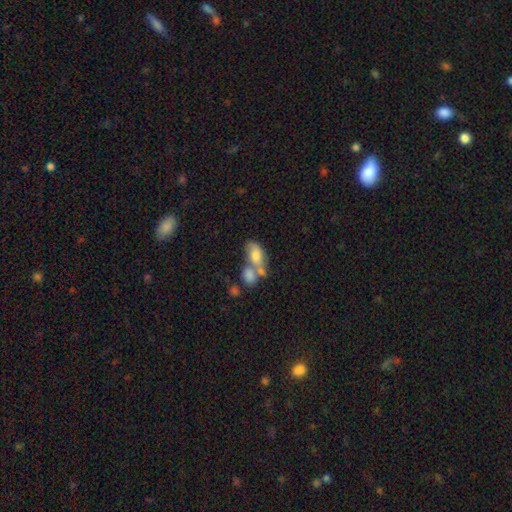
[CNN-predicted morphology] A smooth galaxy with no disk features (66%) that is in between round and cigar-shaped (87%).

Vote fractions:
- Smooth or featured? smooth: 66% / featured or disk: 26% / star or artifact: 9%
- How rounded? in between: 87% / round: 9% / cigar-shaped: 4%
- Merging? merger: 59% / none: 20% / minor disturbance: 11% / major disturbance: 10%